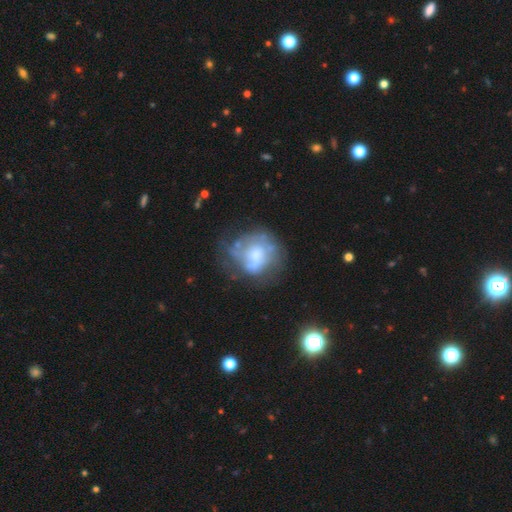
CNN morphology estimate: type=featured or disk (56%); edge-on=no (98%); bar=no (73%); spiral arms=no (56%); bulge=moderate (42%); merging=none (39%).